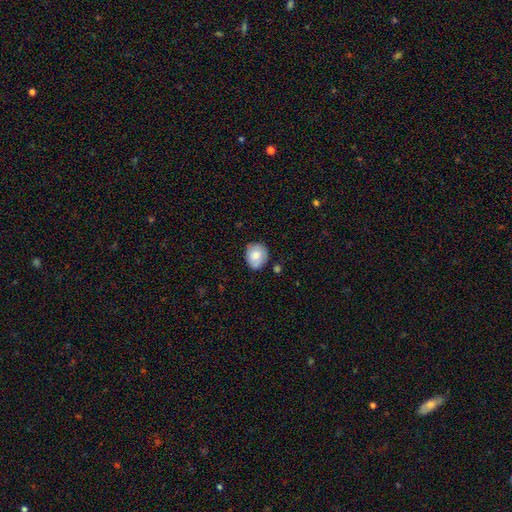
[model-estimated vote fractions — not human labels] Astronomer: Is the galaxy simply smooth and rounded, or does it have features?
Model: smooth — 80%.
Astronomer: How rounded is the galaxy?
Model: round — 69%.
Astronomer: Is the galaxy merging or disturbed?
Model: none — 76%.